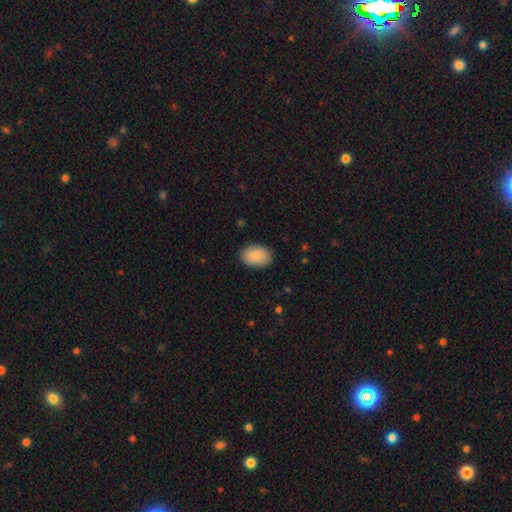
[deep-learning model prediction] smooth-or-featured: smooth: 89% | star or artifact: 6% | featured or disk: 4%
  how-rounded: in between: 85% | round: 14% | cigar-shaped: 1%
  merging: none: 88% | minor disturbance: 9% | major disturbance: 2% | merger: 1%